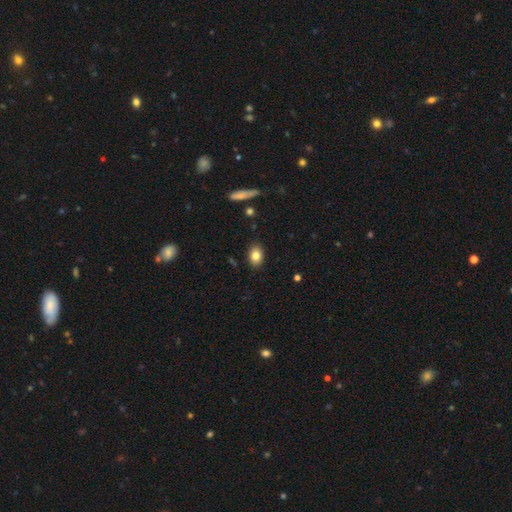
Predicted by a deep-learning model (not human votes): Morphology: type=smooth (82%); roundness=in between (77%); merging=none (87%).